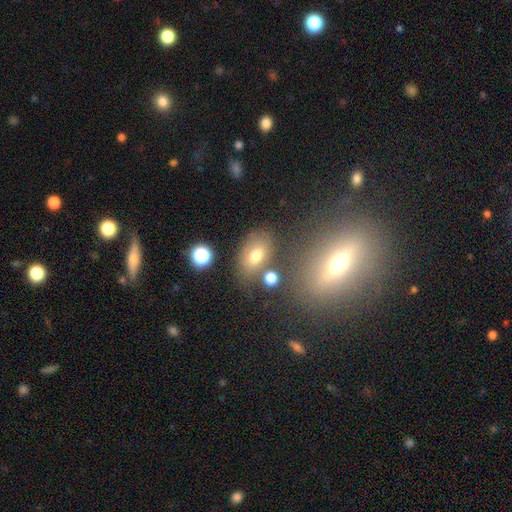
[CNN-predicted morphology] Smooth or featured? smooth (66%)
How rounded? in between (84%)
Merging? none (67%)